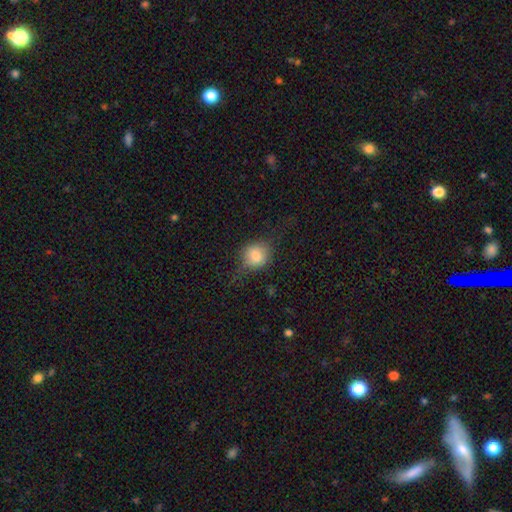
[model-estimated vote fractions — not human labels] smooth 72%, featured or disk 17%, star or artifact 10%. Down the decision tree: how rounded — round (71%); merging — none (60%).